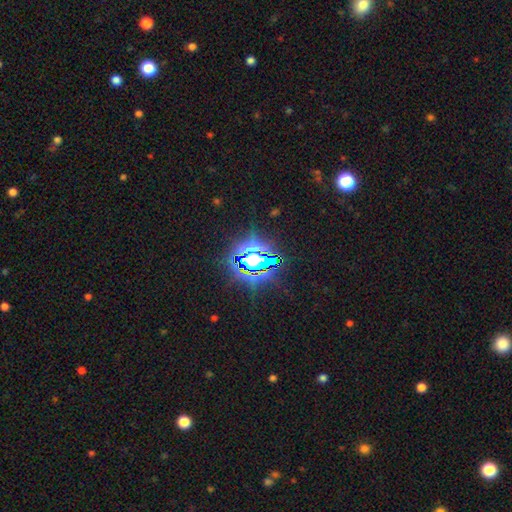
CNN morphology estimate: This is likely a star or artifact rather than a galaxy (76%).